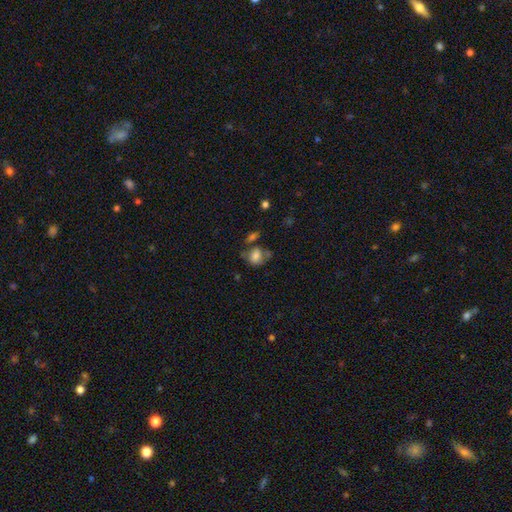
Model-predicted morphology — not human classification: Smooth or featured?
  - smooth: 75% *
  - featured or disk: 14%
  - star or artifact: 11%
How rounded?
  - in between: 53% *
  - round: 45%
  - cigar-shaped: 1%
Merging?
  - none: 44% *
  - minor disturbance: 23%
  - merger: 20%
  - major disturbance: 13%